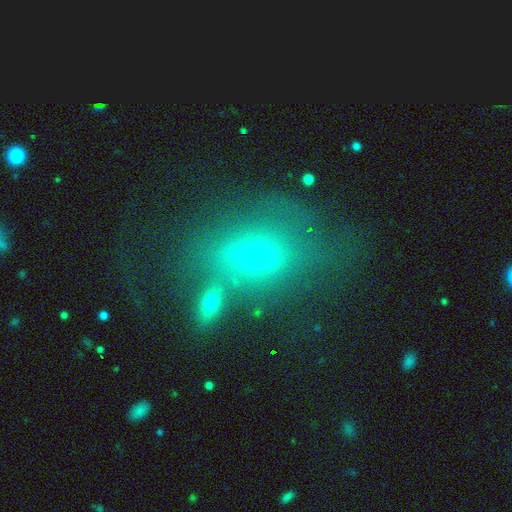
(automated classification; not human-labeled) A smooth galaxy with no disk features (52%) that is in between round and cigar-shaped (57%). Merging: none (44%).